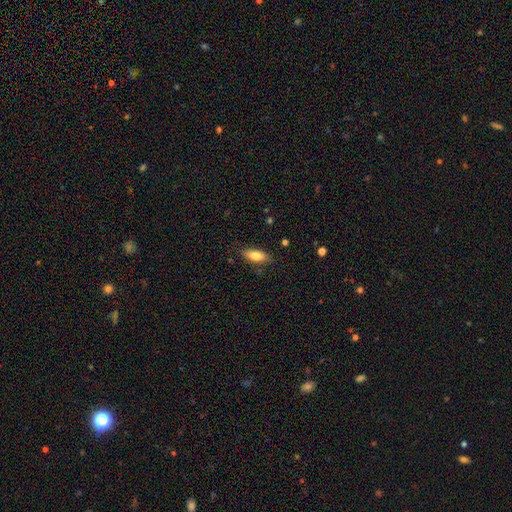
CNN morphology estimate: smooth 79%, featured or disk 14%, star or artifact 7%. Down the decision tree: how rounded — in between (73%); merging — none (83%).